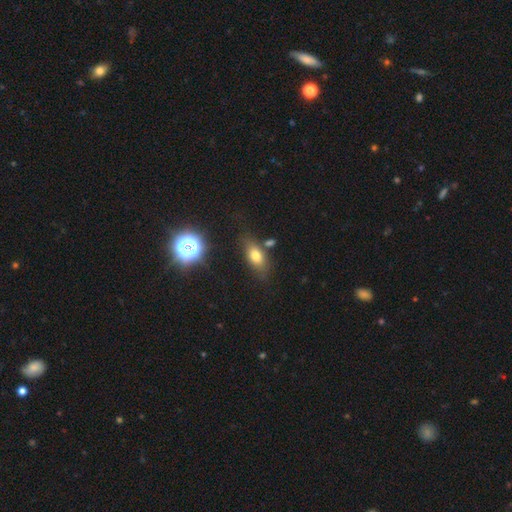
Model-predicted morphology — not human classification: type=smooth (73%); roundness=in between (79%); merging=none (72%).